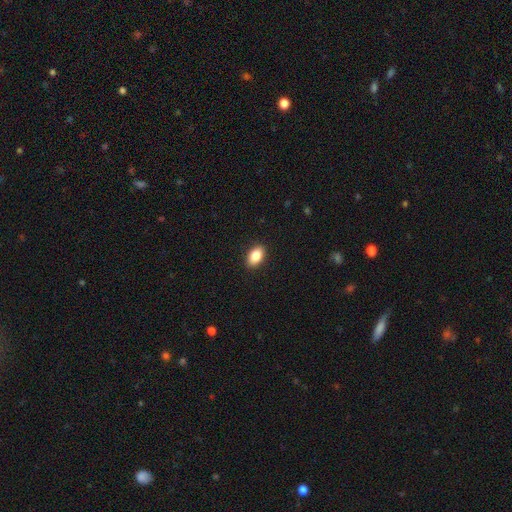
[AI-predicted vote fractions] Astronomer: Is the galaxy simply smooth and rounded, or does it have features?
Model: smooth — 86%.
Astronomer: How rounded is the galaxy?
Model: in between — 90%.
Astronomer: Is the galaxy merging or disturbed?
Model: none — 90%.